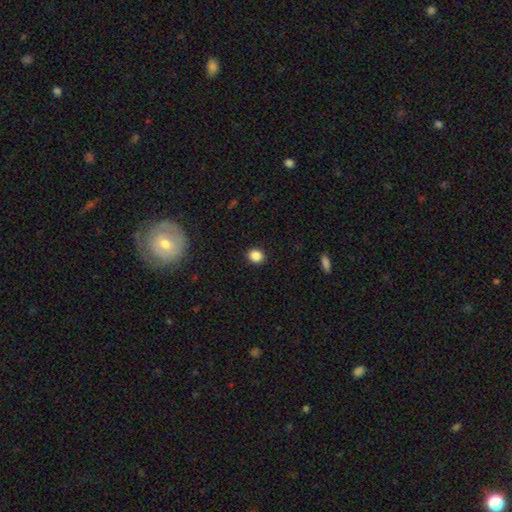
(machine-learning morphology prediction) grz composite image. It shows a smooth galaxy with no disk features (86%) that is round (76%). Merging: none (91%).